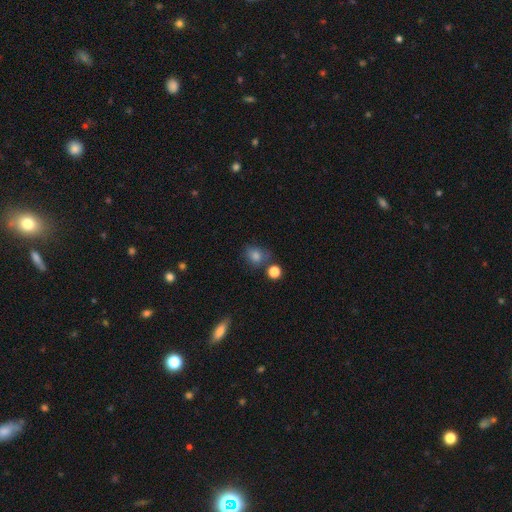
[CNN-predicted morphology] The model was most divided on "how rounded": round: 59%, in between: 39%, cigar-shaped: 1%. More confident: smooth or featured — smooth (79%); merging — none (63%).